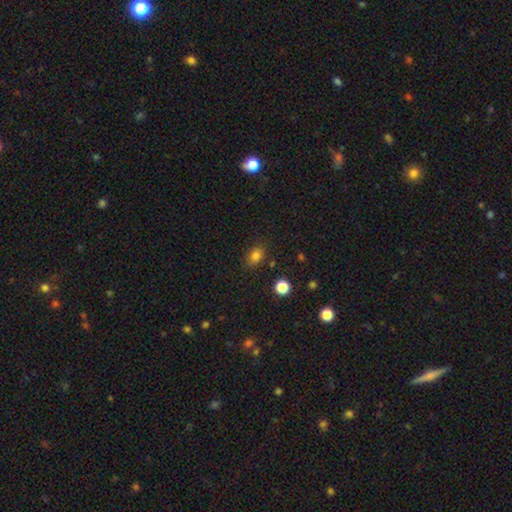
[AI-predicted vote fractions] A smooth galaxy with no disk features (80%) that is in between round and cigar-shaped (68%).

Vote fractions:
- Smooth or featured? smooth: 80% / star or artifact: 14% / featured or disk: 6%
- How rounded? in between: 68% / round: 30% / cigar-shaped: 2%
- Merging? none: 79% / minor disturbance: 14% / major disturbance: 4% / merger: 3%